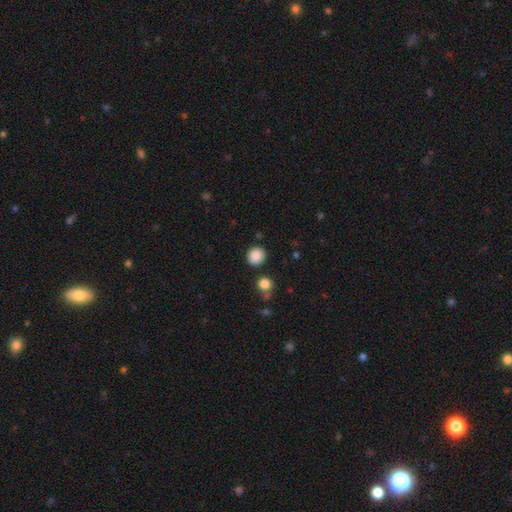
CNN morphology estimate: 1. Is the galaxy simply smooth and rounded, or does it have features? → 88% smooth, 9% star or artifact, 3% featured or disk.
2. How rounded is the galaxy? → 87% round, 13% in between, 1% cigar-shaped.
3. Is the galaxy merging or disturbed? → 87% none, 8% minor disturbance, 3% merger, 2% major disturbance.